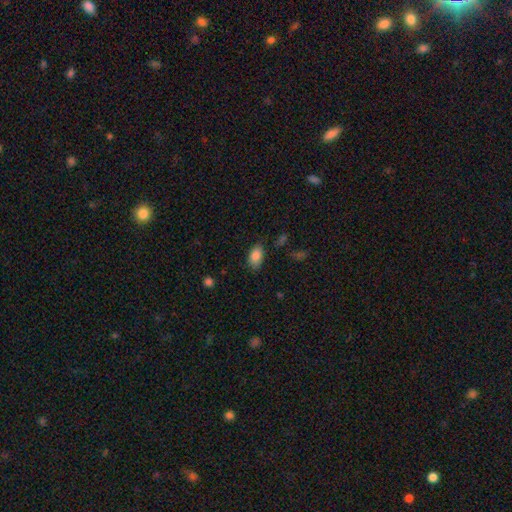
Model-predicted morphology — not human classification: smooth 86%, star or artifact 8%, featured or disk 6%. Down the decision tree: how rounded — in between (91%); merging — none (78%).